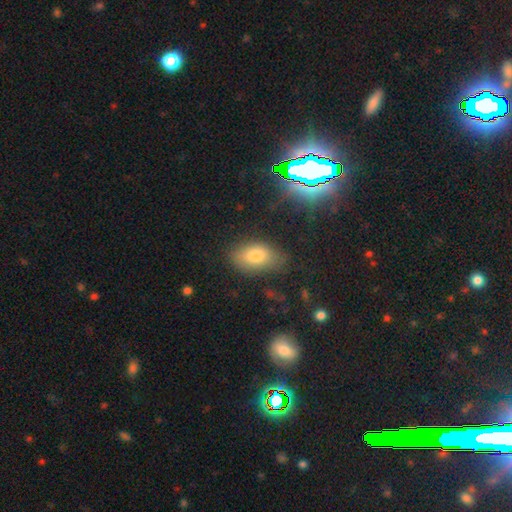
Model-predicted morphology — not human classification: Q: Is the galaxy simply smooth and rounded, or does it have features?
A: smooth — 77%.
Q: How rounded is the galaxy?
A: in between — 90%.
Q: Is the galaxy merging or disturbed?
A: none — 72%.